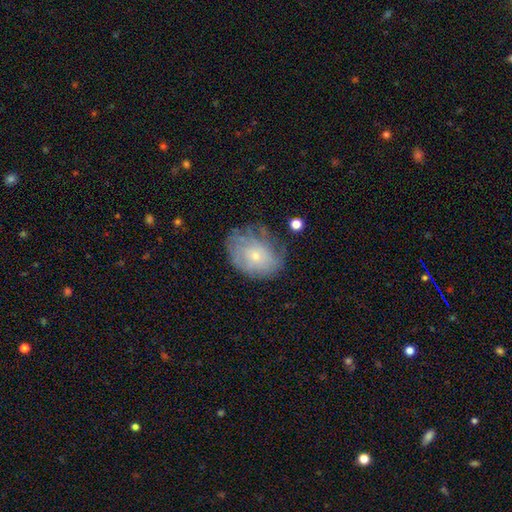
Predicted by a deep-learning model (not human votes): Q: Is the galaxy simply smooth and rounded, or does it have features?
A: smooth — 51%.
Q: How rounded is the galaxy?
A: in between — 62%.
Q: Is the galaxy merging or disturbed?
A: none — 54%.